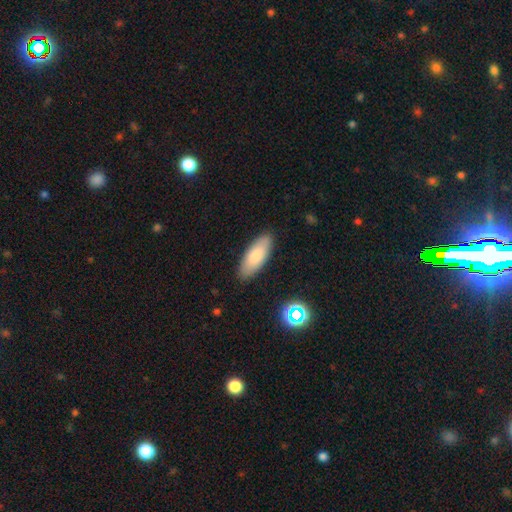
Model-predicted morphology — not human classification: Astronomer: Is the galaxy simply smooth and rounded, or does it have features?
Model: smooth — 80%.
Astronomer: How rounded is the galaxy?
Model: in between — 75%.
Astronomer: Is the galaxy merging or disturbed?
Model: none — 87%.